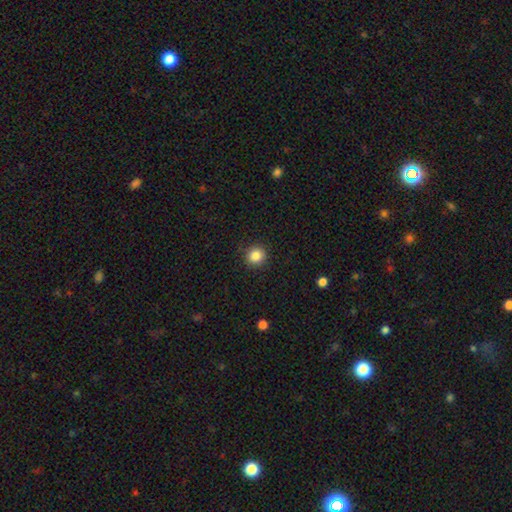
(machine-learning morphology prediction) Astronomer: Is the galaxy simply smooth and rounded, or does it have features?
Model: smooth — 85%.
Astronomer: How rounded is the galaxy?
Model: round — 92%.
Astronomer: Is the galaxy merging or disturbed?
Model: none — 90%.